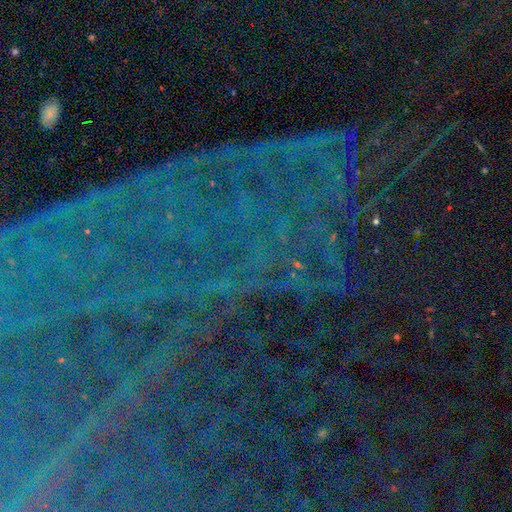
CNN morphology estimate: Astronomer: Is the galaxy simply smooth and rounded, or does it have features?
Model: star or artifact — 88%.